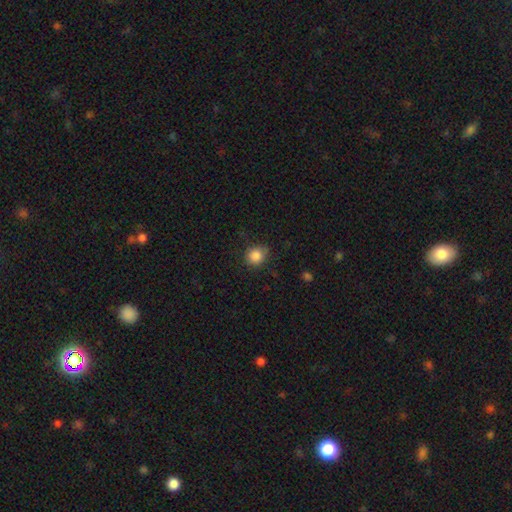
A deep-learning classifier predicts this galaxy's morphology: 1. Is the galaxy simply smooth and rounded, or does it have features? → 86% smooth, 10% star or artifact, 4% featured or disk.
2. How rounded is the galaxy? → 83% round, 16% in between, 1% cigar-shaped.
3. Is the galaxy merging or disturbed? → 77% none, 17% minor disturbance, 4% major disturbance, 1% merger.